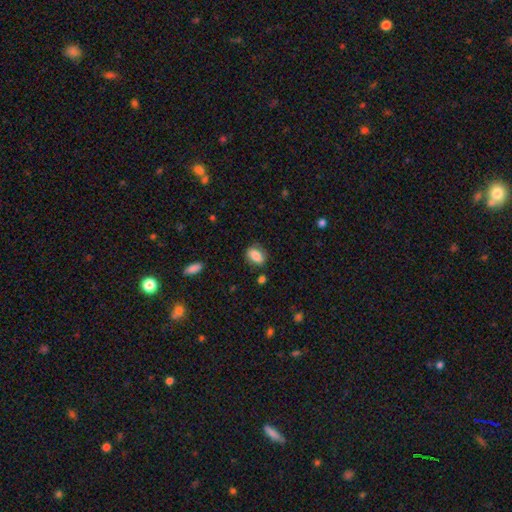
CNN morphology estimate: A smooth galaxy with no disk features (82%) that is in between round and cigar-shaped (84%). Merging: none (75%).